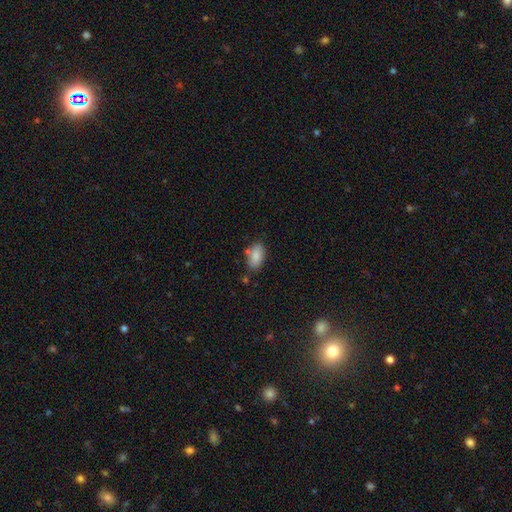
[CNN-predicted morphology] Smooth or featured? smooth (85%)
How rounded? in between (92%)
Merging? none (72%)